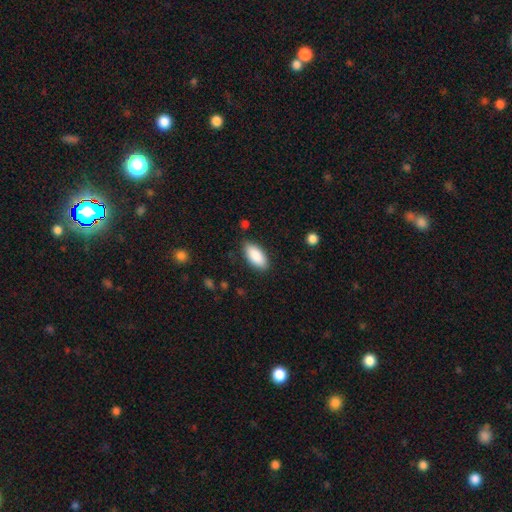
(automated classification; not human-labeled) smooth 89%, star or artifact 6%, featured or disk 5%. Down the decision tree: how rounded — in between (91%); merging — none (84%).